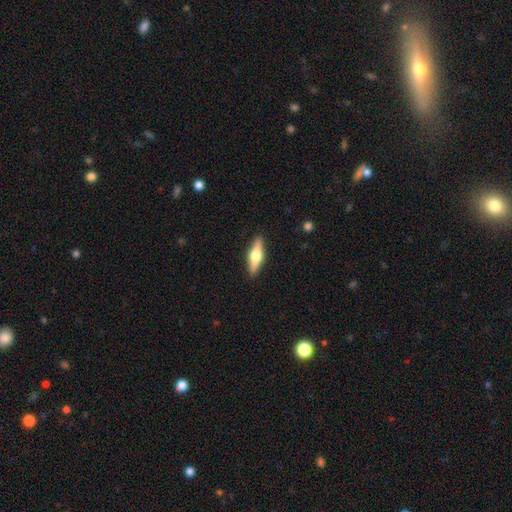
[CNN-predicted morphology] Smooth or featured? featured or disk (55%)
Edge-on disk? yes (95%)
Edge-on bulge? rounded (95%)
Merging? none (90%)